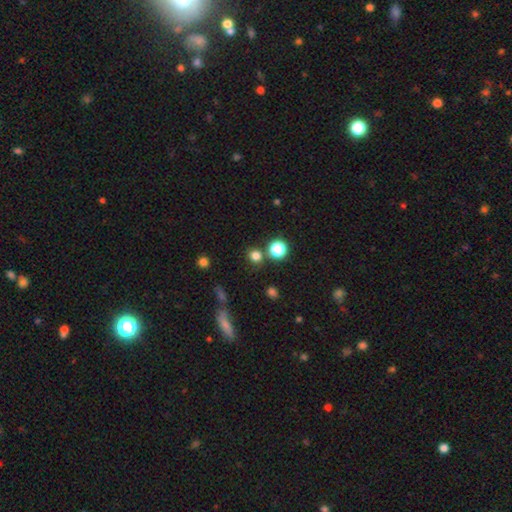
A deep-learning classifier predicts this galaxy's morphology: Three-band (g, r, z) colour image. It shows a smooth galaxy with no disk features (76%) that is round (82%). Merging: none (74%).